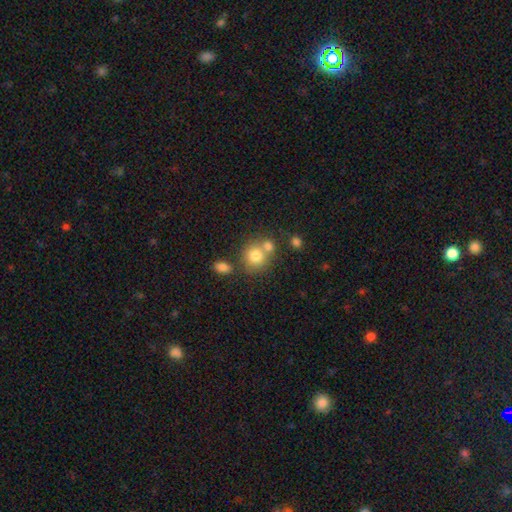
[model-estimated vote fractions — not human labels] smooth 77%, featured or disk 12%, star or artifact 11%. Down the decision tree: how rounded — round (82%); merging — none (50%).